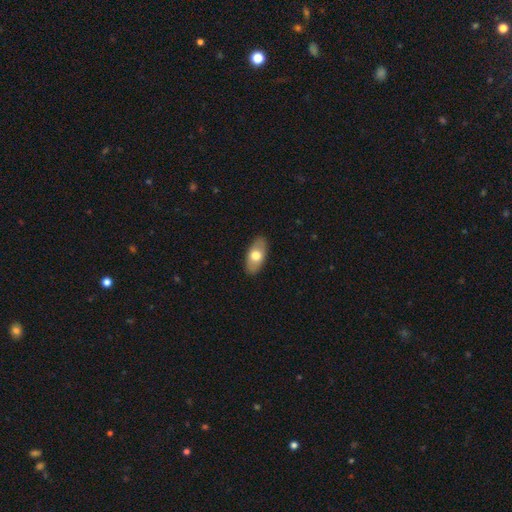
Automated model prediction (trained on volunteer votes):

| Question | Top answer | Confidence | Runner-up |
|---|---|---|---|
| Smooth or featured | smooth | 67% | featured or disk (28%) |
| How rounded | in between | 92% | cigar-shaped (4%) |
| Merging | none | 88% | minor disturbance (9%) |